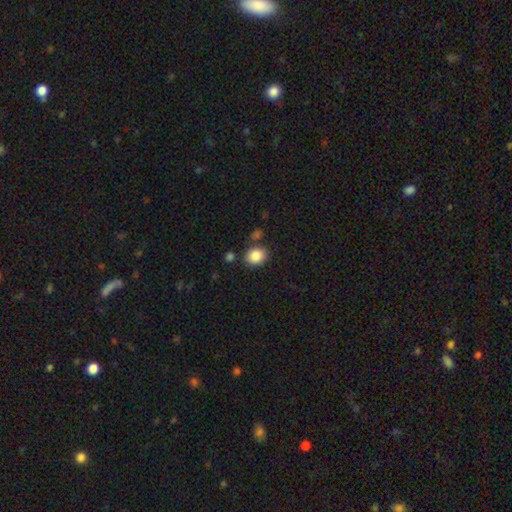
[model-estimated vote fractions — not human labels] Overall: smooth (86%). How rounded: round (54%; in between 45%). Merging: none (79%).